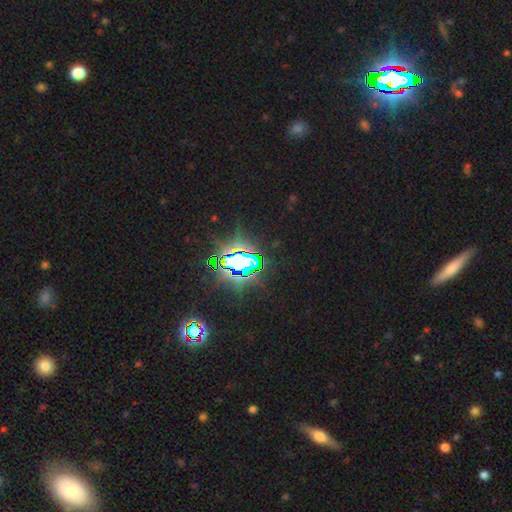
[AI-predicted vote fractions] smooth-or-featured: star or artifact: 83% | smooth: 10% | featured or disk: 8%